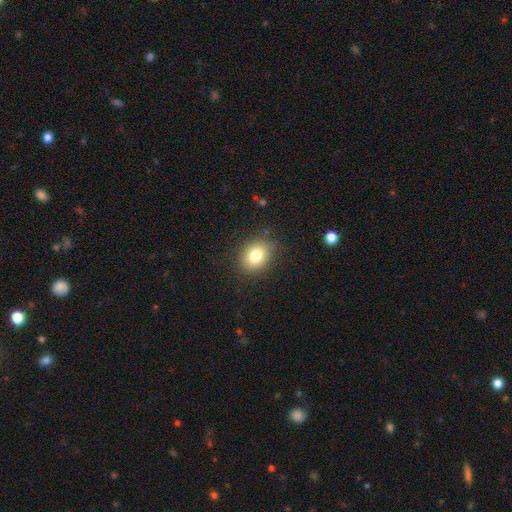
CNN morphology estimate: This is clearly a smooth galaxy (81%). How rounded: possibly in between (56%). Merging: clearly none (84%).